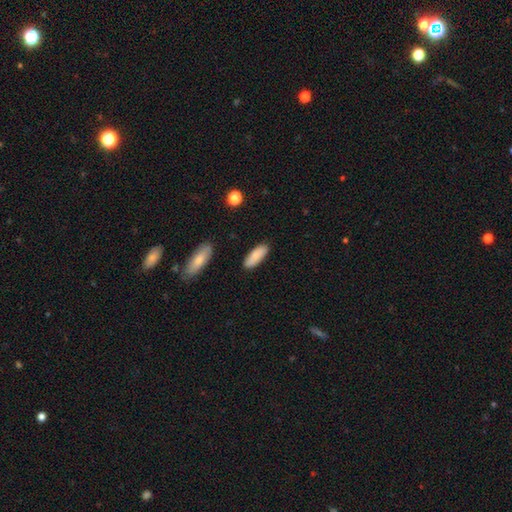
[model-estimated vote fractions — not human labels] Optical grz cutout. It shows a smooth galaxy with no disk features (86%) that is in between round and cigar-shaped (70%). Merging: none (87%).